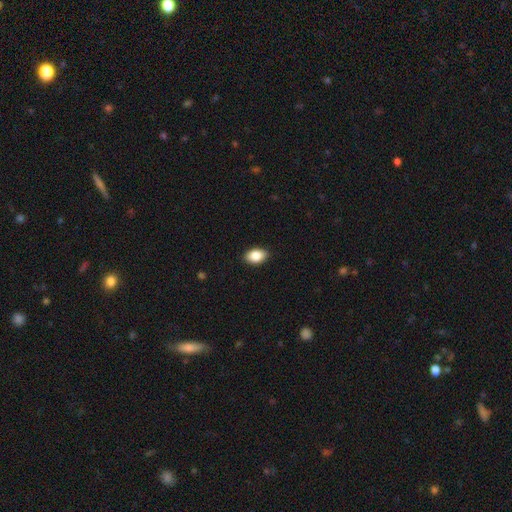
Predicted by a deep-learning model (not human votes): Overall: smooth (86%). How rounded: in between (89%). Merging: none (89%).